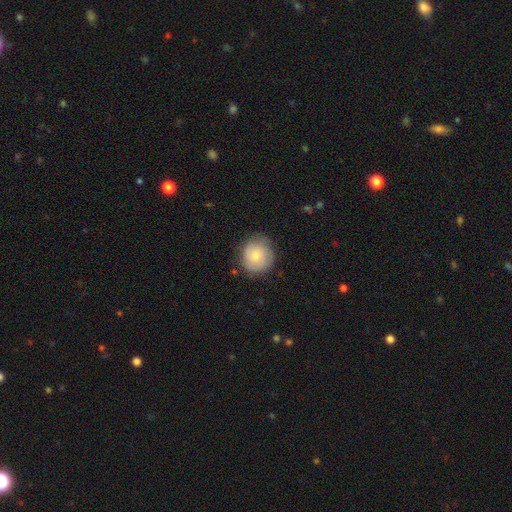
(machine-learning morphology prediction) This is likely a smooth galaxy (73%). How rounded: clearly round (90%). Merging: likely none (77%).